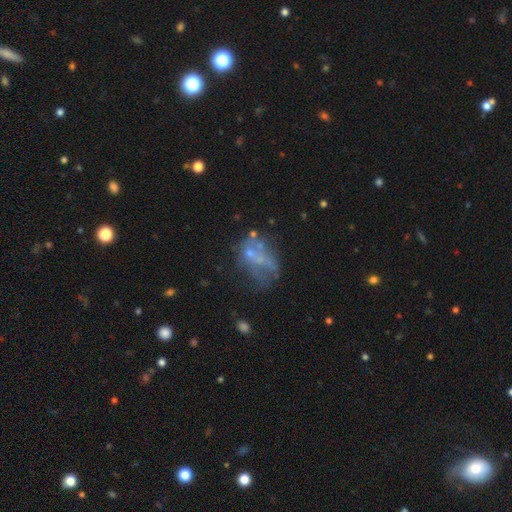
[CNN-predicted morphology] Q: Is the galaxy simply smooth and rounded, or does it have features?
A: featured or disk — 51%.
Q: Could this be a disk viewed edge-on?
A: no — 96%.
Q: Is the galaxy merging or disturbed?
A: none — 33%.